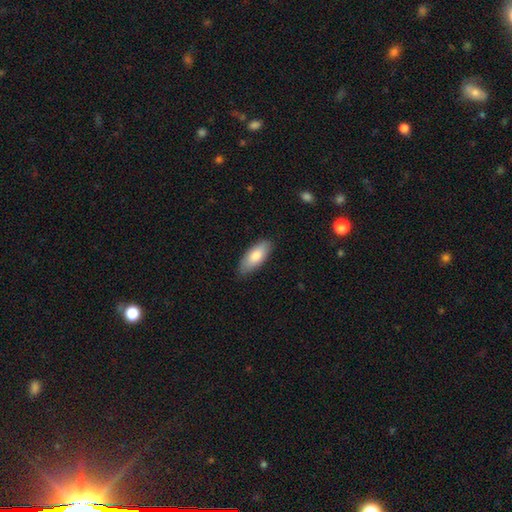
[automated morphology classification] Smooth or featured? smooth (81%)
How rounded? in between (78%)
Merging? none (82%)